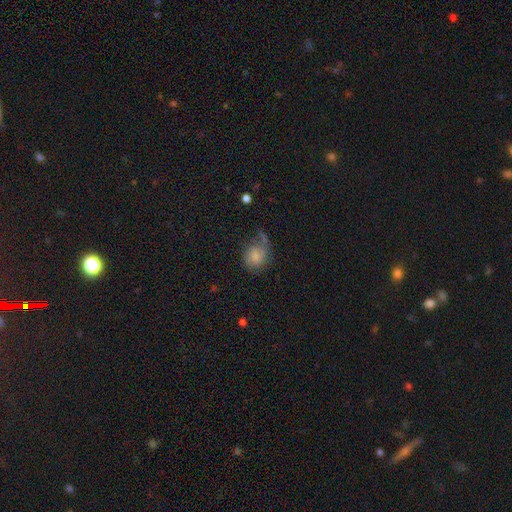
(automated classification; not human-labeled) A smooth galaxy with no disk features (63%) that is round (62%).

Vote fractions:
- Smooth or featured? smooth: 63% / featured or disk: 27% / star or artifact: 10%
- How rounded? round: 62% / in between: 37% / cigar-shaped: 1%
- Merging? none: 40% / minor disturbance: 27% / major disturbance: 26% / merger: 7%